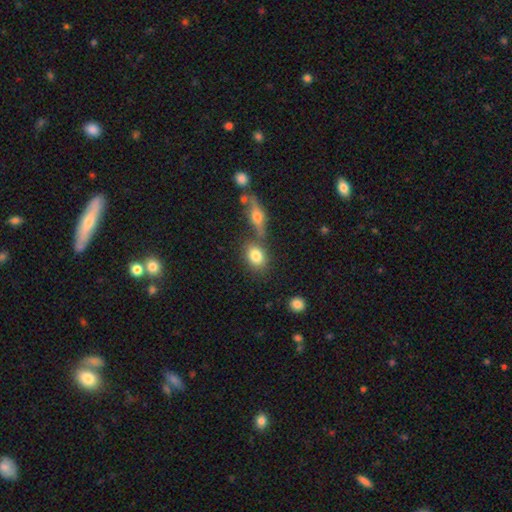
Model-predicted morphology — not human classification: Smooth or featured? smooth (79%)
How rounded? in between (68%)
Merging? none (61%)